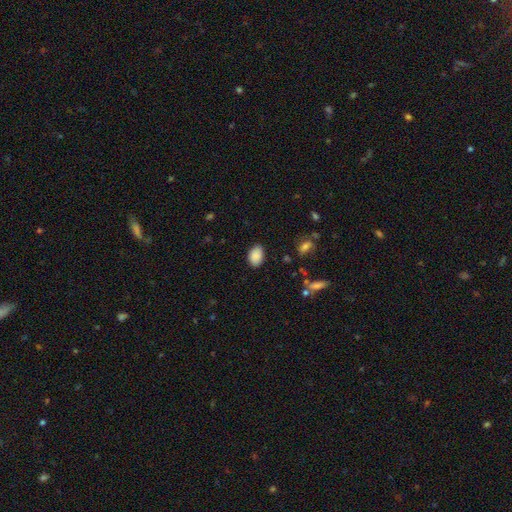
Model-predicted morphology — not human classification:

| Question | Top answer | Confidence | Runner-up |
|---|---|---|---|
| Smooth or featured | smooth | 89% | star or artifact (7%) |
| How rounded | in between | 86% | round (13%) |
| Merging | none | 84% | minor disturbance (12%) |